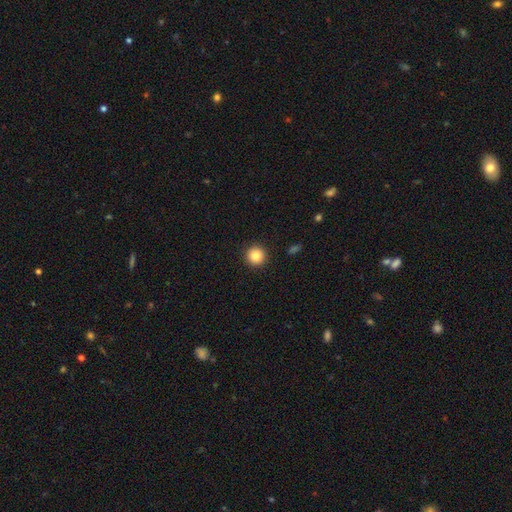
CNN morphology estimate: This is clearly a smooth galaxy (84%). How rounded: clearly round (95%). Merging: clearly none (93%).